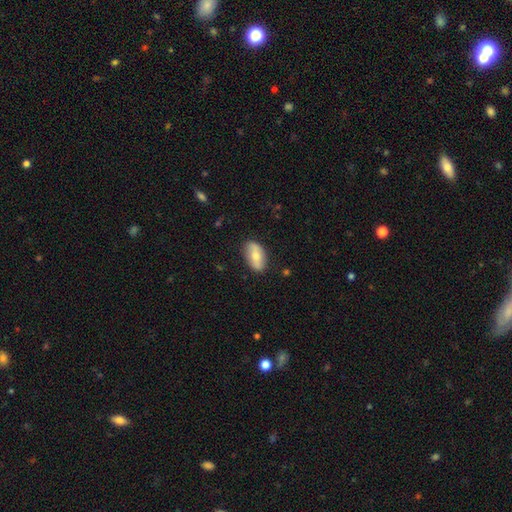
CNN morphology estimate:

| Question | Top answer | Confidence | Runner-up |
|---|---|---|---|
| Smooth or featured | smooth | 59% | featured or disk (35%) |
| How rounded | in between | 91% | round (5%) |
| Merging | none | 82% | minor disturbance (13%) |